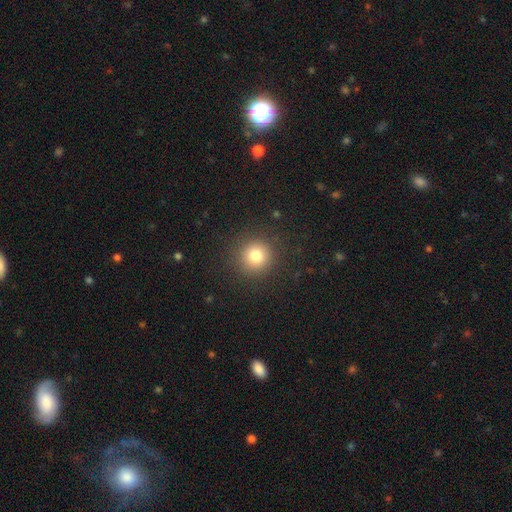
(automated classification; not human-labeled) Smooth or featured? Predicted: smooth (p=0.80). How rounded? Predicted: round (p=0.94). Merging? Predicted: none (p=0.90).